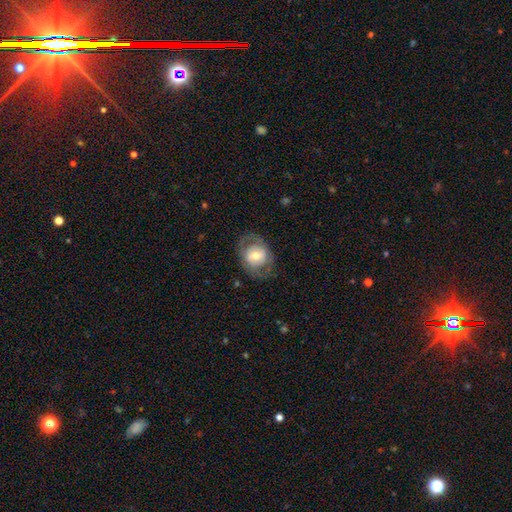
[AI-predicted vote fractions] featured or disk 53%, smooth 40%, star or artifact 7%. Down the decision tree: edge-on disk — no (95%); bar — no (51%); spiral arms — no (50%, tied with yes); bulge size — moderate (61%); merging — none (67%).